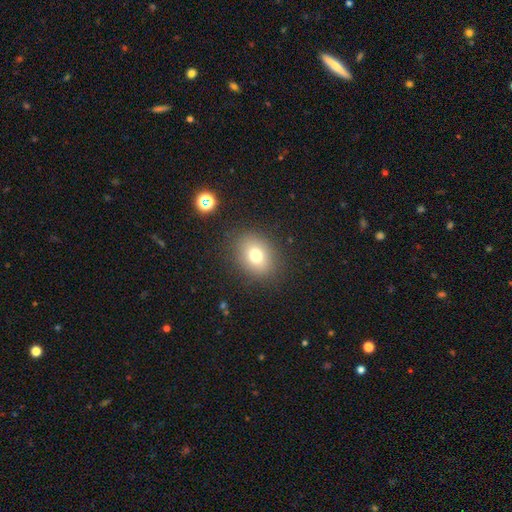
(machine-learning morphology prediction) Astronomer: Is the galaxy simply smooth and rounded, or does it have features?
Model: smooth — 75%.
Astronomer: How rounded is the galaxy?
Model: in between — 53% (runner-up: round, 46%).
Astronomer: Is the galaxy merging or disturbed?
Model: none — 84%.